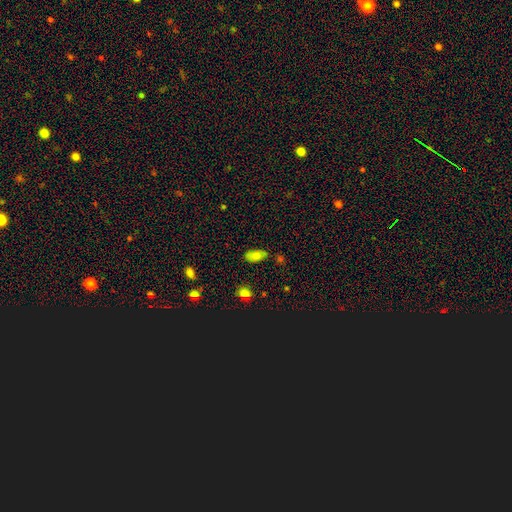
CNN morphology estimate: A smooth galaxy with no disk features (76%) that is in between round and cigar-shaped (92%).

Vote fractions:
- Smooth or featured? smooth: 76% / star or artifact: 14% / featured or disk: 10%
- How rounded? in between: 92% / round: 4% / cigar-shaped: 4%
- Merging? none: 70% / minor disturbance: 20% / merger: 5% / major disturbance: 4%